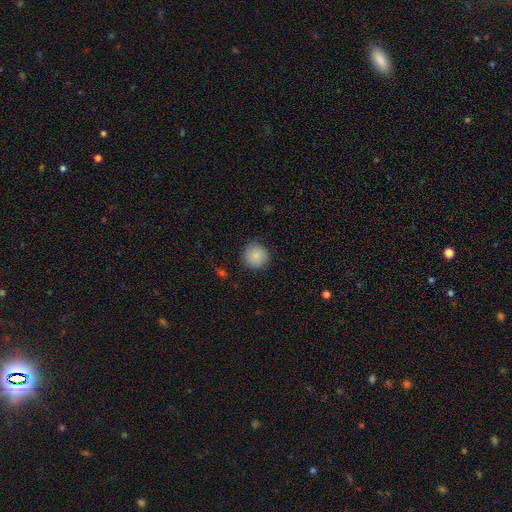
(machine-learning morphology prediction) The model was most divided on "merging": none: 87%, minor disturbance: 9%, major disturbance: 3%, merger: 1%. More confident: how rounded — round (93%); smooth or featured — smooth (87%).